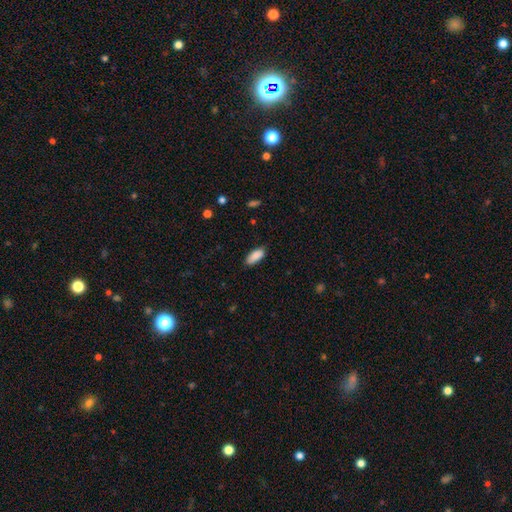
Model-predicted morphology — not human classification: smooth_or_featured: smooth (p=0.89) [alt: star or artifact p=0.07]
how_rounded: in between (p=0.82) [alt: cigar-shaped p=0.16]
merging: none (p=0.83) [alt: minor disturbance p=0.14]